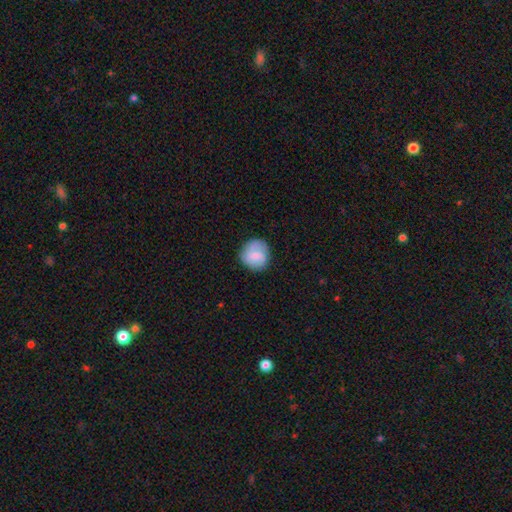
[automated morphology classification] type=smooth (73%); roundness=round (87%); merging=none (76%).